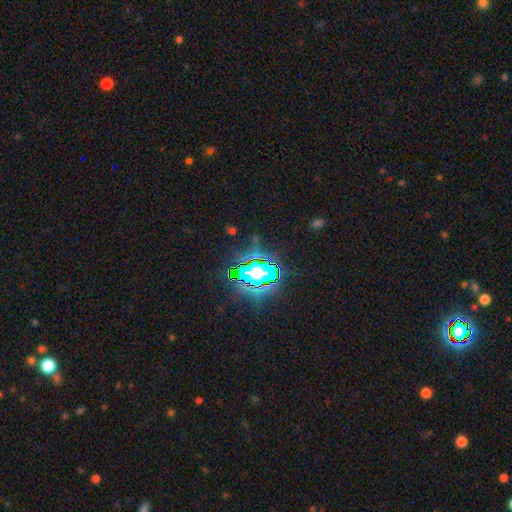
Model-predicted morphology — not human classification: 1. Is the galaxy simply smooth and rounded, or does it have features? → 83% star or artifact, 10% smooth, 7% featured or disk.